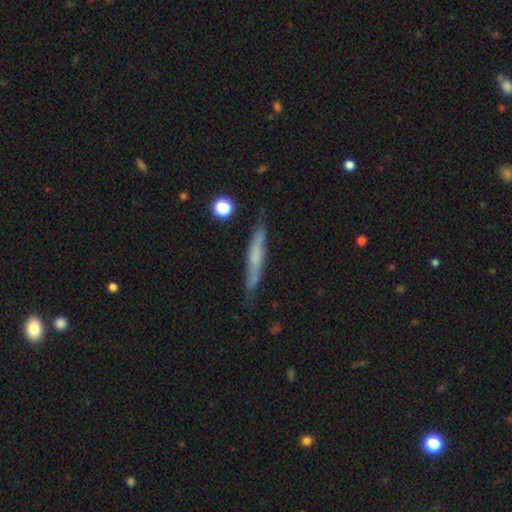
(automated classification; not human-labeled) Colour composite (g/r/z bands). It shows a smooth galaxy with no disk features (51%) that is cigar-shaped (93%). Merging: none (81%).